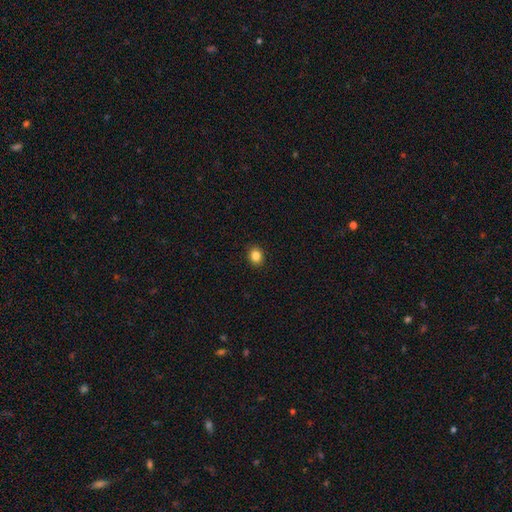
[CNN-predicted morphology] smooth_or_featured: smooth (p=0.85) [alt: star or artifact p=0.11]
how_rounded: round (p=0.57) [alt: in between p=0.42]
merging: none (p=0.91) [alt: minor disturbance p=0.06]